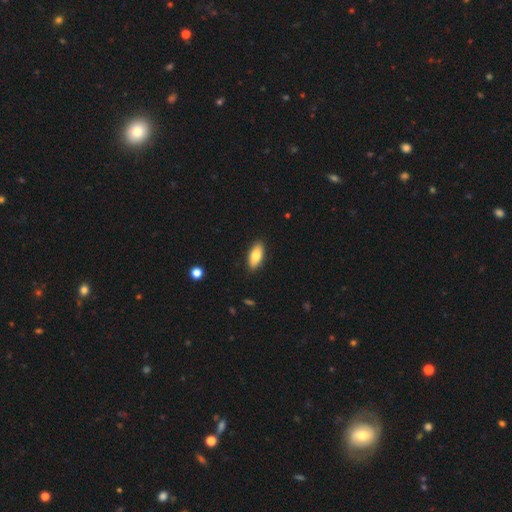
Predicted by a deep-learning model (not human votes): Overall: smooth (78%). How rounded: in between (85%). Merging: none (89%).